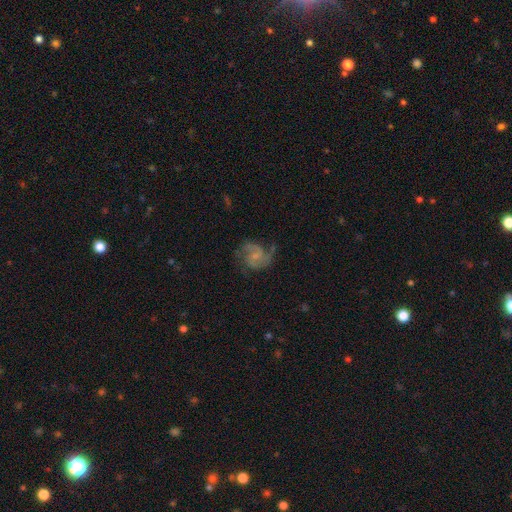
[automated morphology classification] This is clearly a featured or disk galaxy (80%). It is clearly not viewed edge-on (98%). Bar: possibly no (60%). Spiral arm pattern: clearly yes (95%). Spiral arm count: likely 2 (71%). Spiral winding: possibly medium (54%). Central bulge: likely small (67%). Merging: likely none (62%).